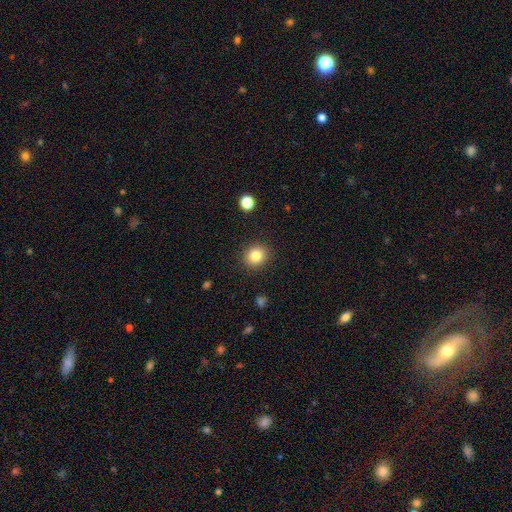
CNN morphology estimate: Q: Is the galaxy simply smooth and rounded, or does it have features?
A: smooth — 83%.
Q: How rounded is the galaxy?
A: round — 81%.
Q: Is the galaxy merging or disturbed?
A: none — 90%.